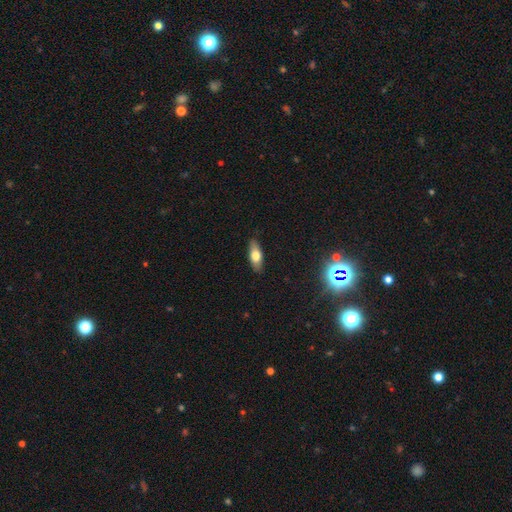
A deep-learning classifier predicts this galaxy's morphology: type=smooth (66%); roundness=in between (70%); merging=none (88%).